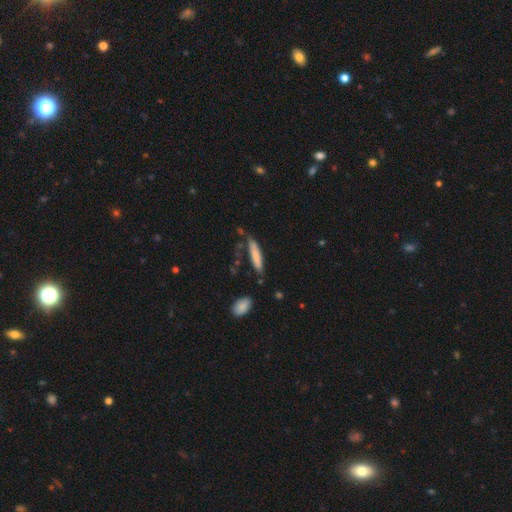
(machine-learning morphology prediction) A smooth galaxy with no disk features (77%) that is cigar-shaped (87%). Merging: none (72%).